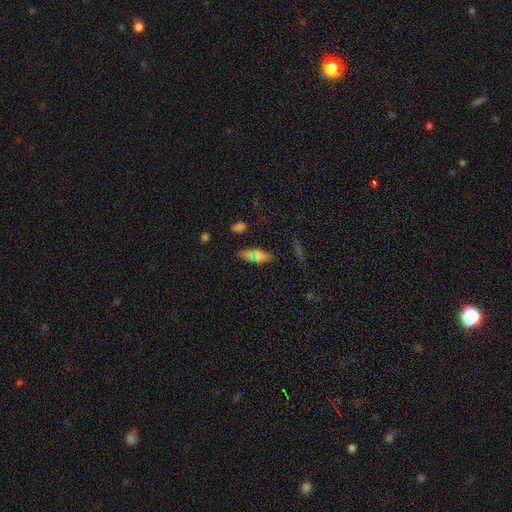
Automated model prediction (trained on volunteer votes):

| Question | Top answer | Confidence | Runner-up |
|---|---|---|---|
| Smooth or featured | smooth | 69% | star or artifact (20%) |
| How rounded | in between | 81% | cigar-shaped (14%) |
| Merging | none | 82% | minor disturbance (12%) |